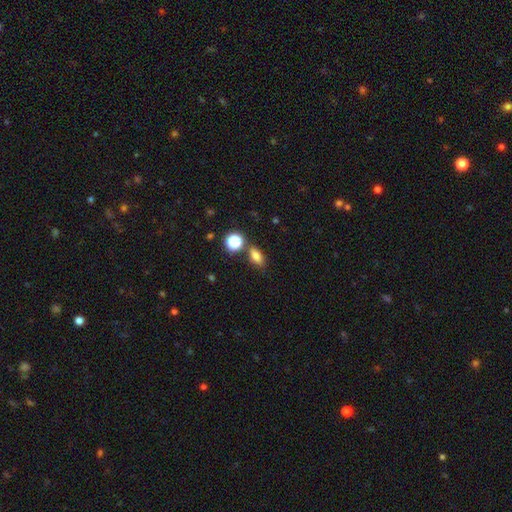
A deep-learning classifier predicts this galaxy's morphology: Smooth or featured? Predicted: smooth (p=0.78). How rounded? Predicted: in between (p=0.77). Merging? Predicted: none (p=0.74).